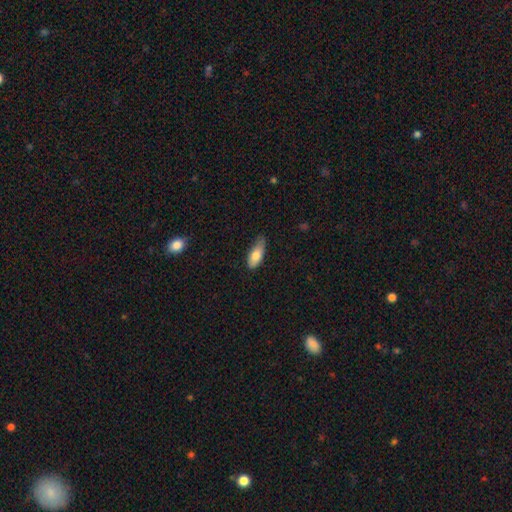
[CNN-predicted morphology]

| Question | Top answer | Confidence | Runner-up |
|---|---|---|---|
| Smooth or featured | smooth | 78% | featured or disk (15%) |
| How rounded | in between | 76% | cigar-shaped (21%) |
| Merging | none | 53% | minor disturbance (38%) |